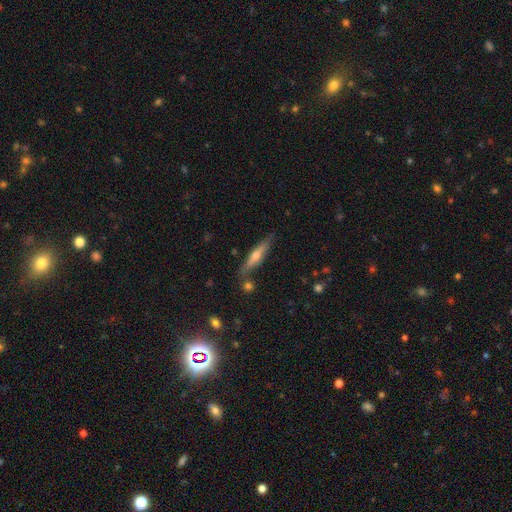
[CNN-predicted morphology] A featured or disk galaxy (61%) viewed edge-on (94%) with a rounded central bulge (86%). Merging: none (81%).